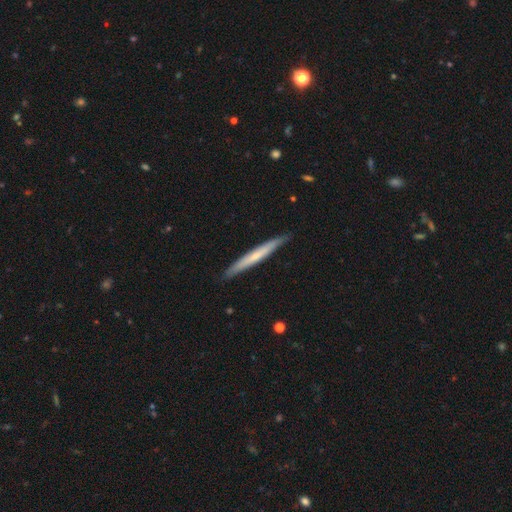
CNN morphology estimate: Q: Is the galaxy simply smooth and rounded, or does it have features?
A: featured or disk — 47%, tied with smooth.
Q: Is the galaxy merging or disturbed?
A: none — 89%.